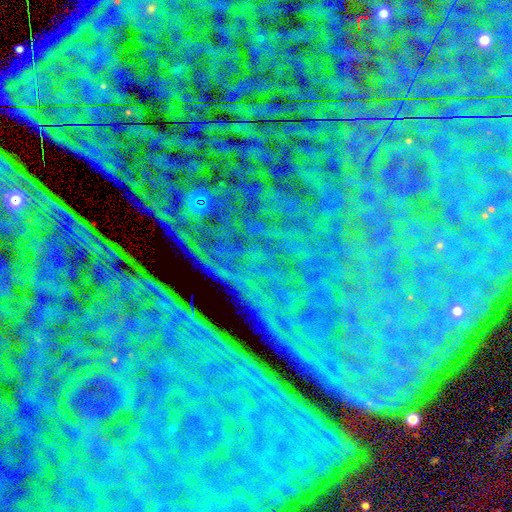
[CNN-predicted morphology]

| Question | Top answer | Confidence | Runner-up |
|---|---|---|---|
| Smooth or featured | star or artifact | 88% | featured or disk (7%) |